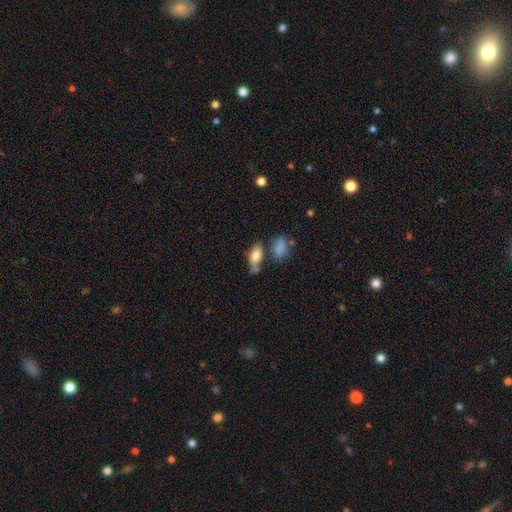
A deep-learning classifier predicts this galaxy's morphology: This appears to be a smooth galaxy with no disk features (81%) that is in between round and cigar-shaped (87%). Merging: none (49%).